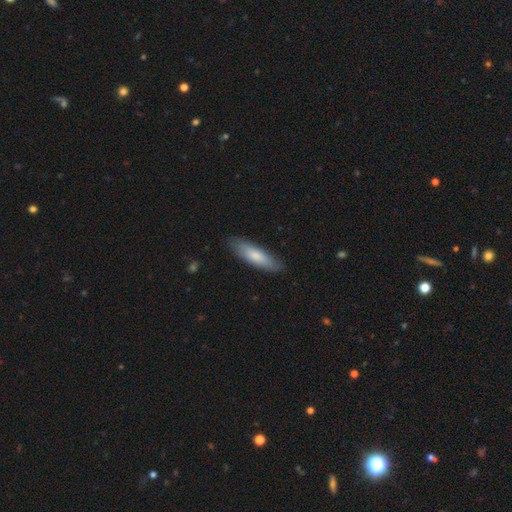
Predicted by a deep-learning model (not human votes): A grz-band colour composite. It shows a smooth galaxy with no disk features (75%) that is cigar-shaped (57%). Merging: none (83%).